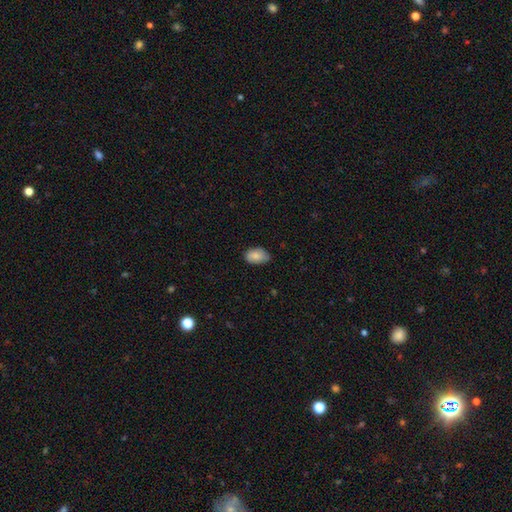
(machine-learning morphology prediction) Smooth or featured?
  - smooth: 85% *
  - featured or disk: 8%
  - star or artifact: 7%
How rounded?
  - in between: 92% *
  - round: 7%
  - cigar-shaped: 1%
Merging?
  - none: 69% *
  - minor disturbance: 26%
  - major disturbance: 3%
  - merger: 1%